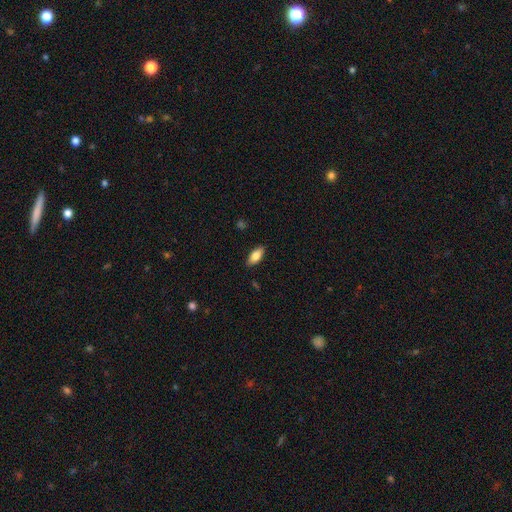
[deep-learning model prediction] Smooth or featured: smooth — 83% (featured or disk — 10%)
How rounded: in between — 87% (cigar-shaped — 10%)
Merging: none — 87% (minor disturbance — 10%)